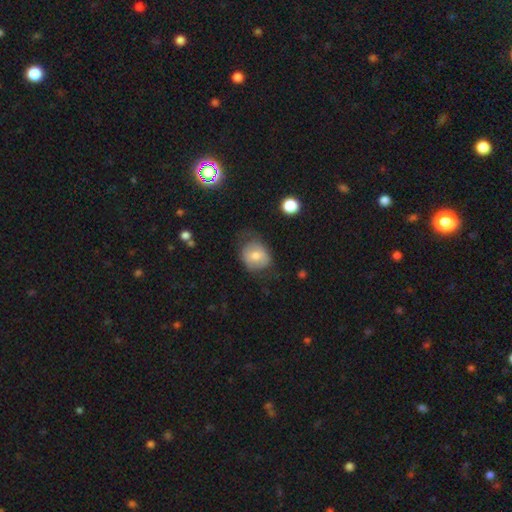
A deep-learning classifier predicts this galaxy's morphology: type=smooth (66%); roundness=round (64%); merging=none (51%).